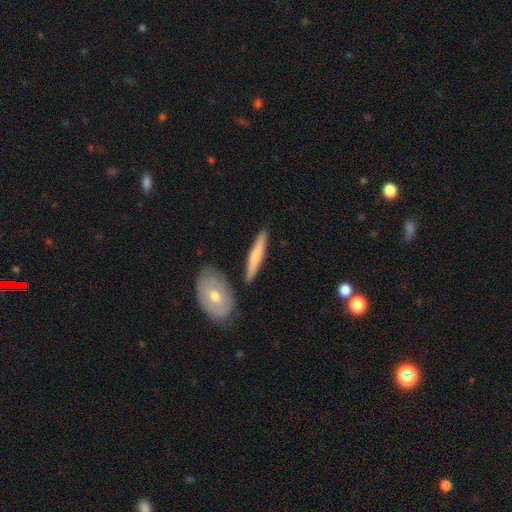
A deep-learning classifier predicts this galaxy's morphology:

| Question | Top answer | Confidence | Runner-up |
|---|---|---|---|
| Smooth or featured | smooth | 60% | featured or disk (35%) |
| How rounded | cigar-shaped | 85% | in between (12%) |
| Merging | none | 85% | minor disturbance (9%) |